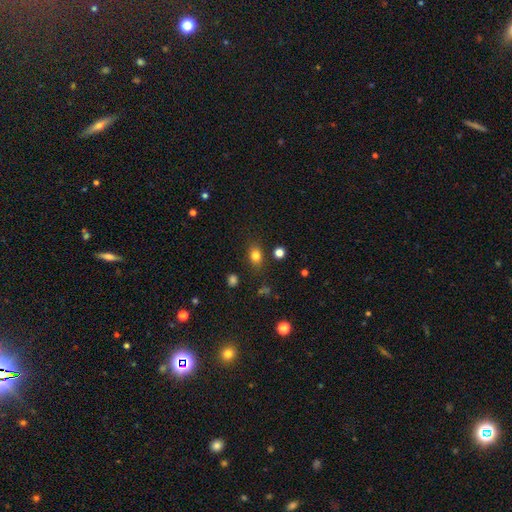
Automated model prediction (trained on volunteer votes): Morphology: type=smooth (80%); roundness=in between (61%); merging=none (81%).